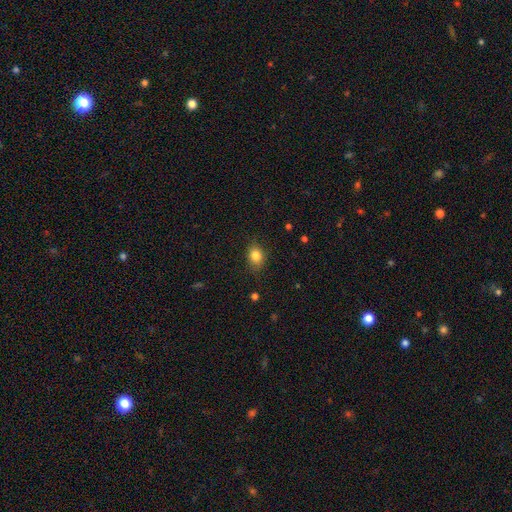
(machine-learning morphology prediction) Smooth or featured: smooth — 83% (star or artifact — 10%)
How rounded: in between — 62% (round — 37%)
Merging: none — 80% (minor disturbance — 15%)